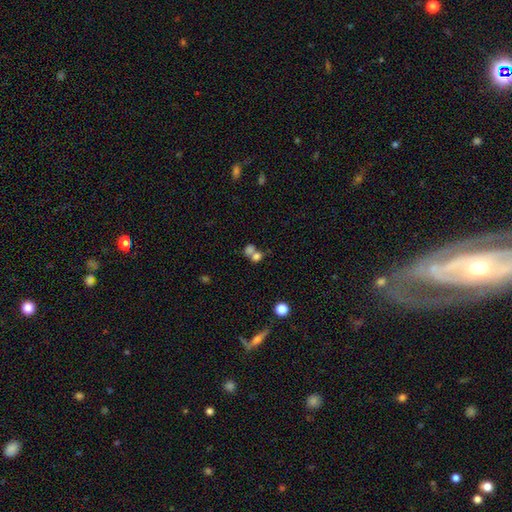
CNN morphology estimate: The model was most divided on "how rounded": round: 54%, in between: 44%, cigar-shaped: 2%. More confident: smooth or featured — smooth (73%); merging — merger (59%).